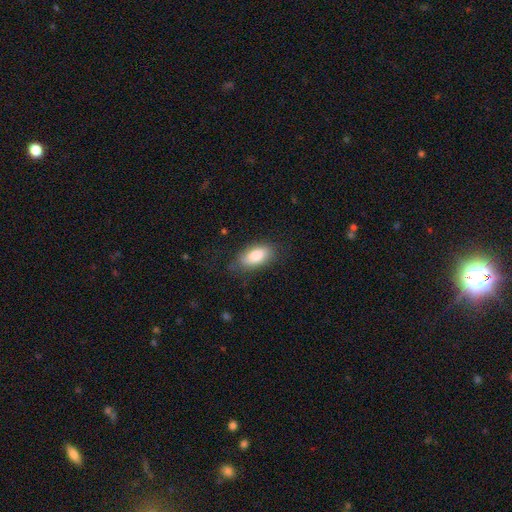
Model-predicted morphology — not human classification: A smooth galaxy with no disk features (83%) that is in between round and cigar-shaped (91%).

Vote fractions:
- Smooth or featured? smooth: 83% / featured or disk: 10% / star or artifact: 6%
- How rounded? in between: 91% / cigar-shaped: 6% / round: 3%
- Merging? none: 76% / minor disturbance: 17% / major disturbance: 5% / merger: 1%